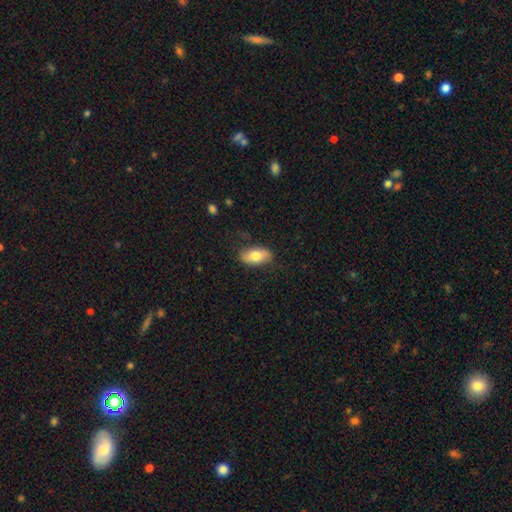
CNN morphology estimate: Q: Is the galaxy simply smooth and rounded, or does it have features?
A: smooth — 74%.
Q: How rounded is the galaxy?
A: in between — 91%.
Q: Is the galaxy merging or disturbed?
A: none — 79%.